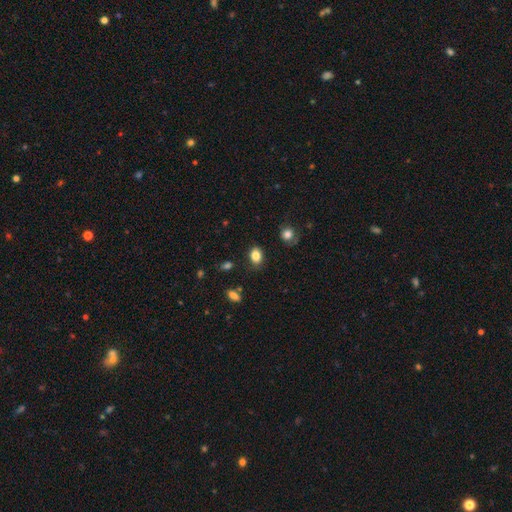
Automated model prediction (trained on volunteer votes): Overall: smooth (84%). How rounded: in between (73%). Merging: none (83%).